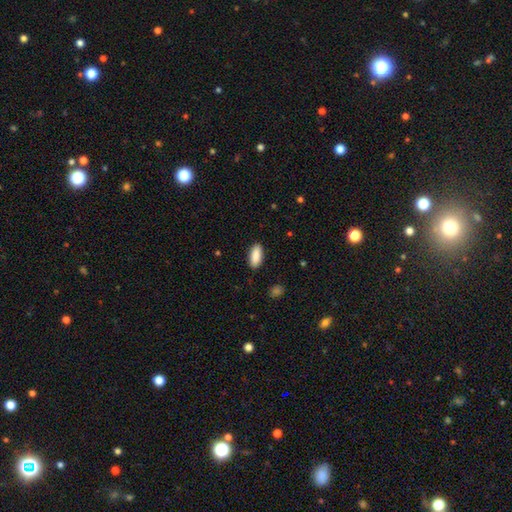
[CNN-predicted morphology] Overall: smooth (89%). How rounded: in between (85%). Merging: none (89%).